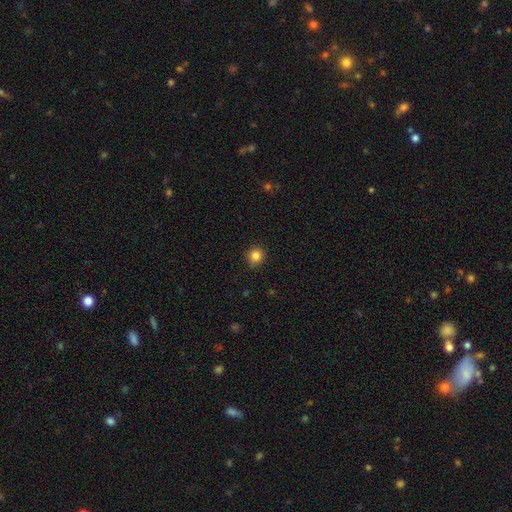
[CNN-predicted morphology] Smooth or featured?
  - smooth: 84% *
  - star or artifact: 11%
  - featured or disk: 4%
How rounded?
  - round: 90% *
  - in between: 9%
  - cigar-shaped: 1%
Merging?
  - none: 85% *
  - minor disturbance: 11%
  - major disturbance: 2%
  - merger: 1%